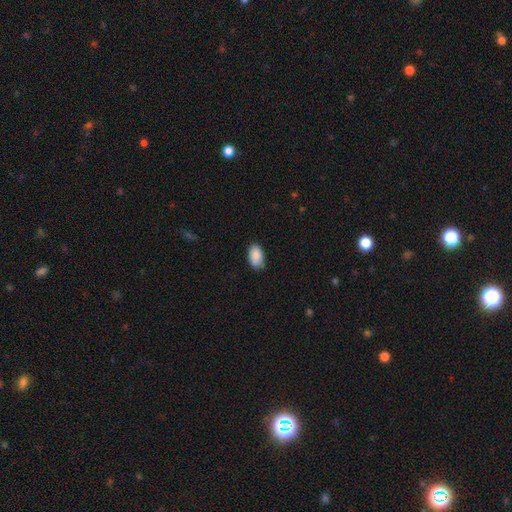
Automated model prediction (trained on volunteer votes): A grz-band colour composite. It shows a smooth galaxy with no disk features (90%) that is in between round and cigar-shaped (94%). Merging: none (79%).